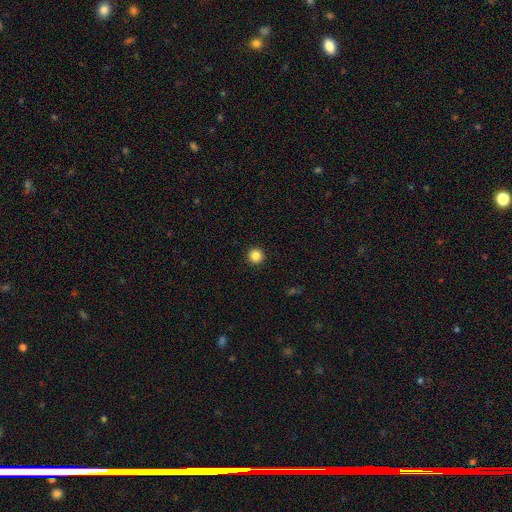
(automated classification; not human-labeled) Smooth or featured?
  - smooth: 85% *
  - star or artifact: 11%
  - featured or disk: 4%
How rounded?
  - round: 97% *
  - in between: 2%
  - cigar-shaped: 1%
Merging?
  - none: 94% *
  - minor disturbance: 3%
  - major disturbance: 1%
  - merger: 1%